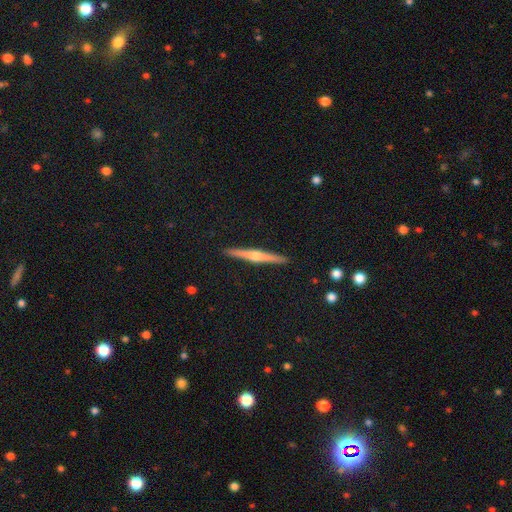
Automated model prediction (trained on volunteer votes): Overall: featured or disk (71%). Edge-on disk: yes (98%). Edge-on bulge: rounded (84%). Merging: none (92%).